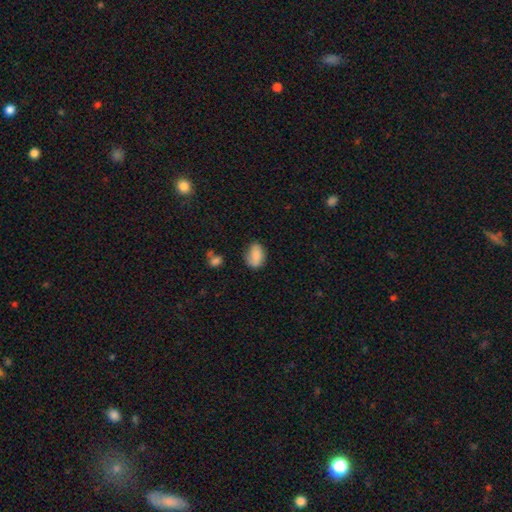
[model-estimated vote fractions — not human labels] Overall: smooth (85%). How rounded: in between (84%). Merging: none (68%).